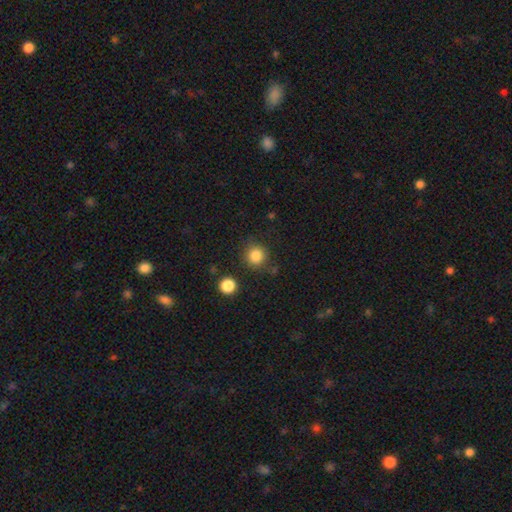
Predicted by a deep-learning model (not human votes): smooth_or_featured: smooth (p=0.84) [alt: star or artifact p=0.11]
how_rounded: round (p=0.93) [alt: in between p=0.07]
merging: none (p=0.83) [alt: minor disturbance p=0.09]